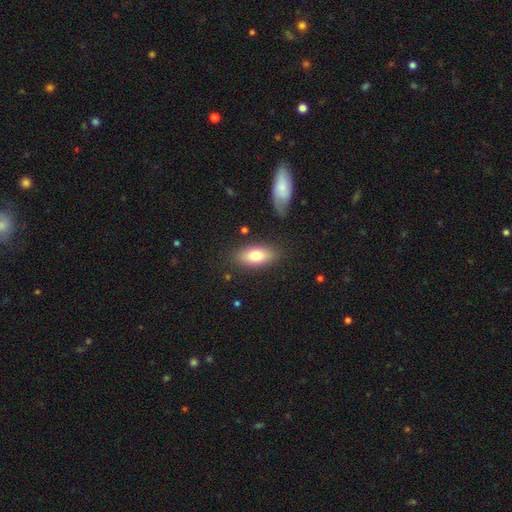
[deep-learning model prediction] Q: Smooth or featured?
A: smooth (75%); runner-up: featured or disk (18%)
Q: How rounded?
A: in between (87%); runner-up: cigar-shaped (9%)
Q: Merging?
A: none (81%); runner-up: minor disturbance (12%)